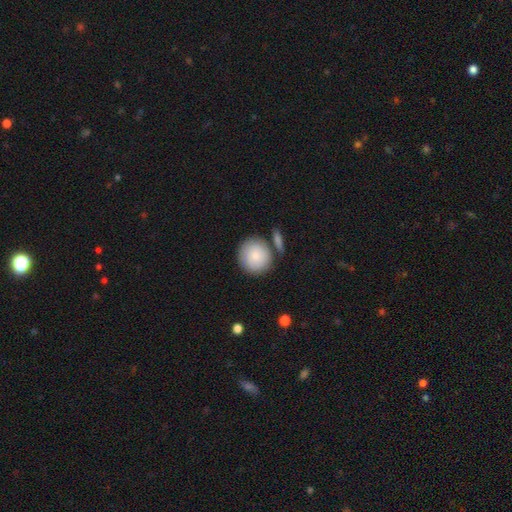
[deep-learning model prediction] A smooth galaxy with no disk features (84%) that is round (91%).

Vote fractions:
- Smooth or featured? smooth: 84% / featured or disk: 11% / star or artifact: 6%
- How rounded? round: 91% / in between: 8% / cigar-shaped: 1%
- Merging? none: 71% / minor disturbance: 13% / merger: 12% / major disturbance: 4%